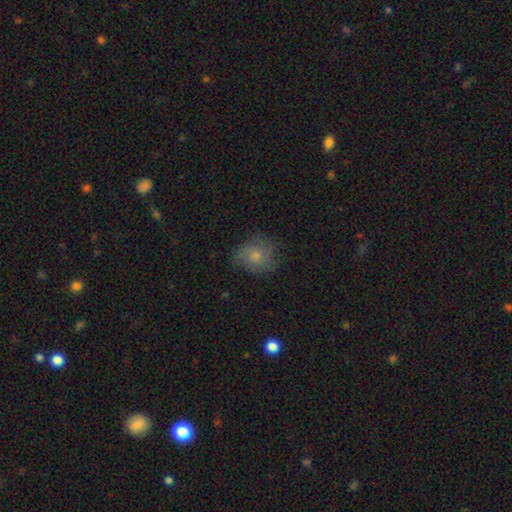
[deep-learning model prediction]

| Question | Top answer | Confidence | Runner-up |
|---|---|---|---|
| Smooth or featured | smooth | 67% | featured or disk (23%) |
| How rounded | round | 69% | in between (29%) |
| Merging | none | 67% | minor disturbance (23%) |